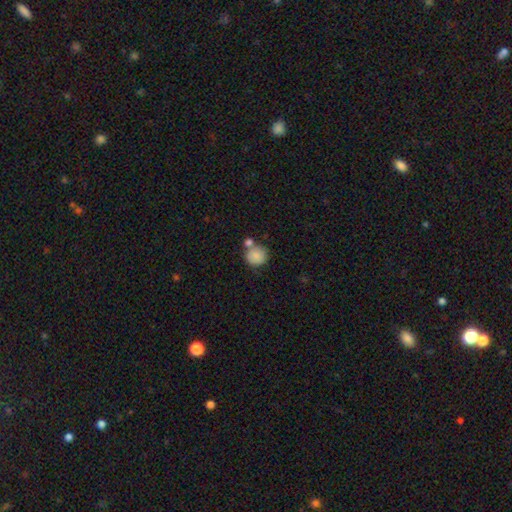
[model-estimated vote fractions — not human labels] Q: Smooth or featured?
A: smooth (86%); runner-up: star or artifact (8%)
Q: How rounded?
A: round (90%); runner-up: in between (9%)
Q: Merging?
A: none (60%); runner-up: merger (25%)